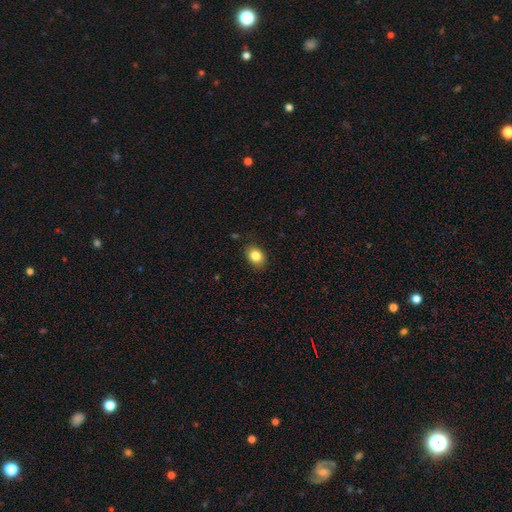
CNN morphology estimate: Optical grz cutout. It shows a smooth galaxy with no disk features (84%) that is in between round and cigar-shaped (68%). Merging: none (86%).